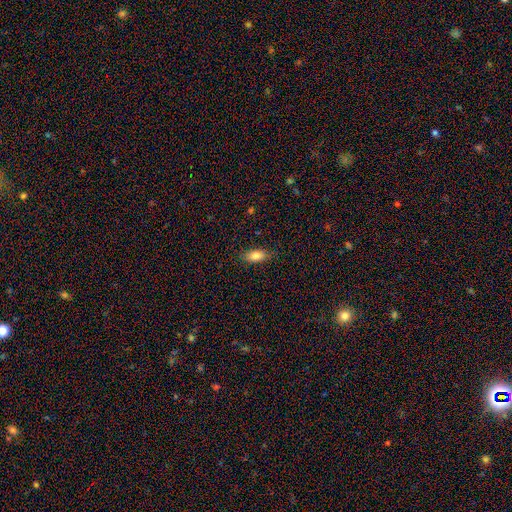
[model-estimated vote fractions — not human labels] This appears to be a smooth galaxy with no disk features (82%) that is in between round and cigar-shaped (84%). Merging: none (84%).